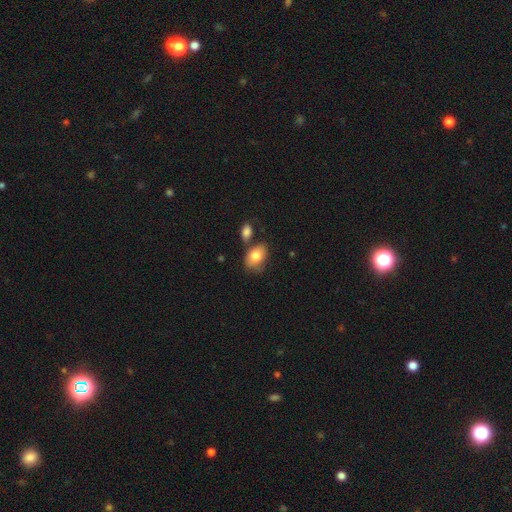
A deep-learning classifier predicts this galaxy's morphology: A smooth galaxy with no disk features (78%) that is in between round and cigar-shaped (84%). Merging: none (54%).